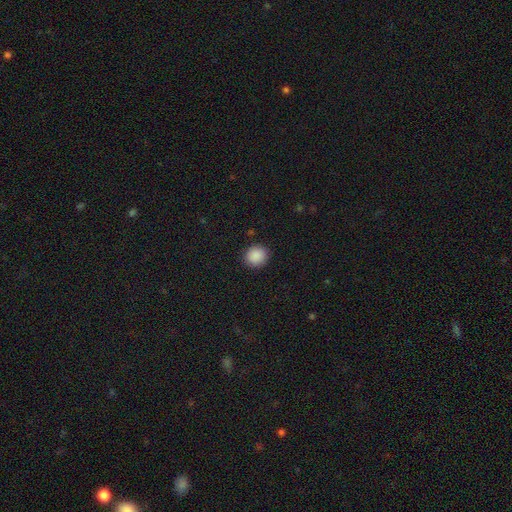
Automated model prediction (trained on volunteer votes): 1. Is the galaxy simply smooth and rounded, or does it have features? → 89% smooth, 8% star or artifact, 2% featured or disk.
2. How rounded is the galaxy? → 87% round, 12% in between, 1% cigar-shaped.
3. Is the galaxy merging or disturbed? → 90% none, 6% minor disturbance, 2% major disturbance, 1% merger.